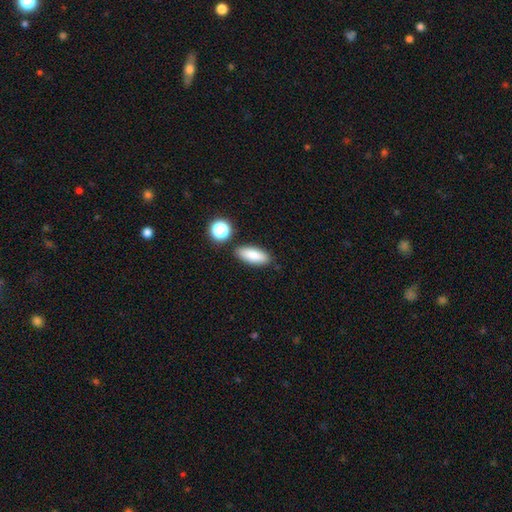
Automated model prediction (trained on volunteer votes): A smooth galaxy with no disk features (85%) that is in between round and cigar-shaped (77%). Merging: none (83%).